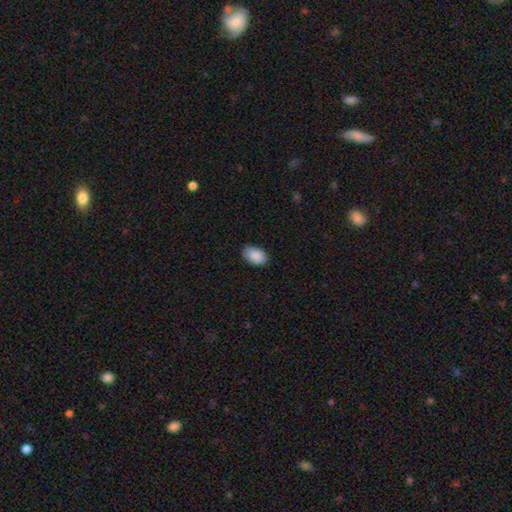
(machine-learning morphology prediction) Smooth or featured? smooth (89%)
How rounded? in between (89%)
Merging? none (83%)